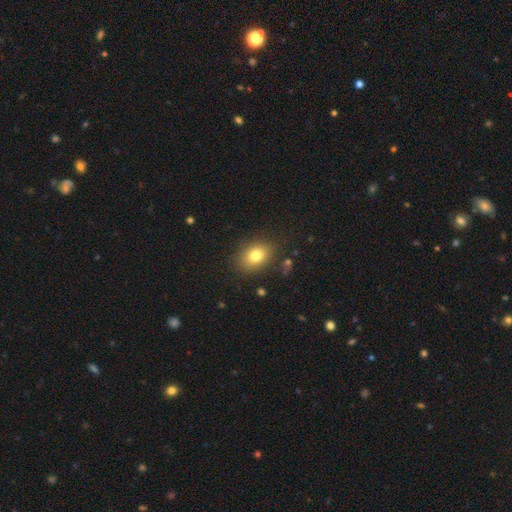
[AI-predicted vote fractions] This appears to be a smooth galaxy with no disk features (79%) that is in between round and cigar-shaped (68%). Merging: none (84%).